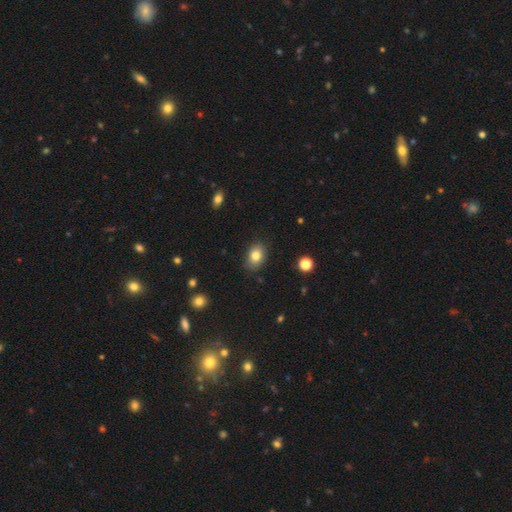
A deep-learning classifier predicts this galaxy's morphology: A smooth galaxy with no disk features (81%) that is in between round and cigar-shaped (75%). Merging: none (85%).